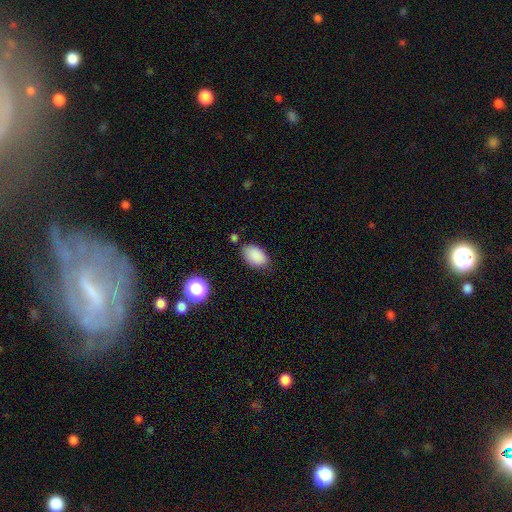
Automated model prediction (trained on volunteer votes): Morphology: type=smooth (88%); roundness=in between (92%); merging=none (75%).